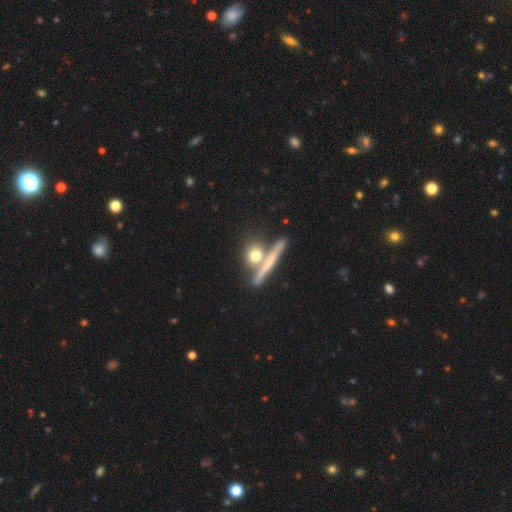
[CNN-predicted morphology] smooth_or_featured: smooth (p=0.63) [alt: featured or disk p=0.28]
how_rounded: round (p=0.59) [alt: cigar-shaped p=0.25]
merging: none (p=0.62) [alt: merger p=0.23]